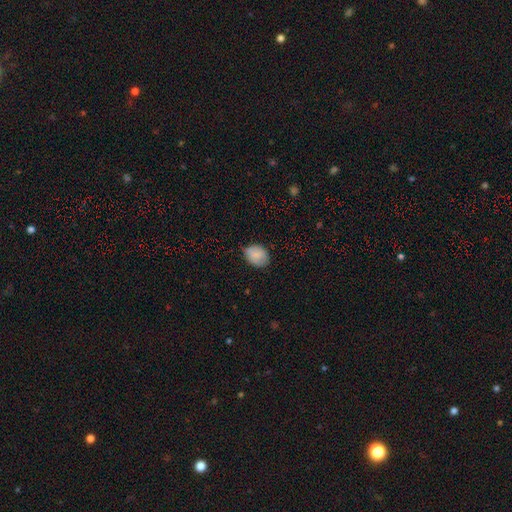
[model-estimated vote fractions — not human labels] smooth 85%, featured or disk 8%, star or artifact 7%. Down the decision tree: how rounded — in between (61%); merging — none (67%).